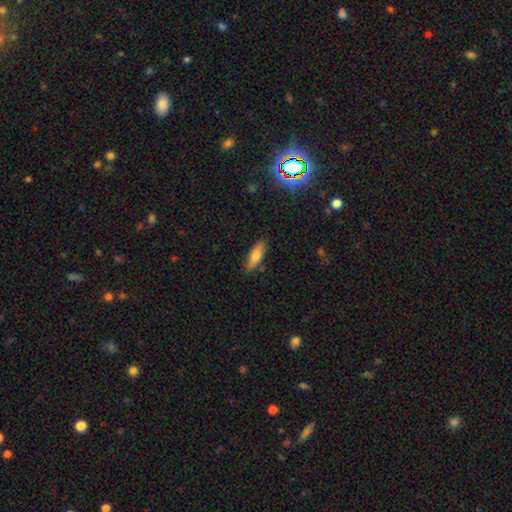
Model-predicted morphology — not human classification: Smooth or featured?
  - smooth: 69% *
  - featured or disk: 24%
  - star or artifact: 7%
How rounded?
  - in between: 50% *
  - cigar-shaped: 48%
  - round: 2%
Merging?
  - none: 86% *
  - minor disturbance: 11%
  - major disturbance: 2%
  - merger: 2%